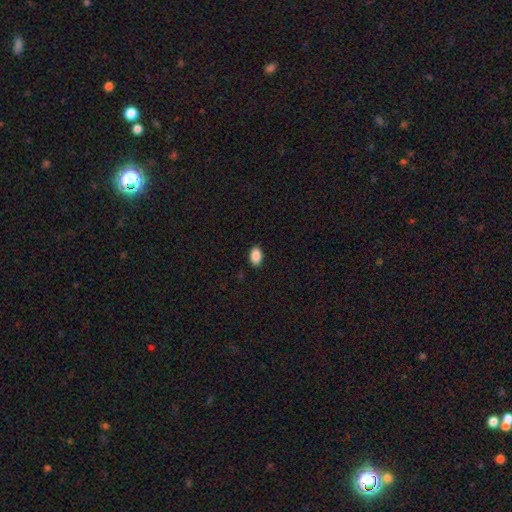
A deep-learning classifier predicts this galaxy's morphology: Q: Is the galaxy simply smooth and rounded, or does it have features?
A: smooth — 89%.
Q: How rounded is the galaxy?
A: in between — 90%.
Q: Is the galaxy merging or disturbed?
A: none — 90%.